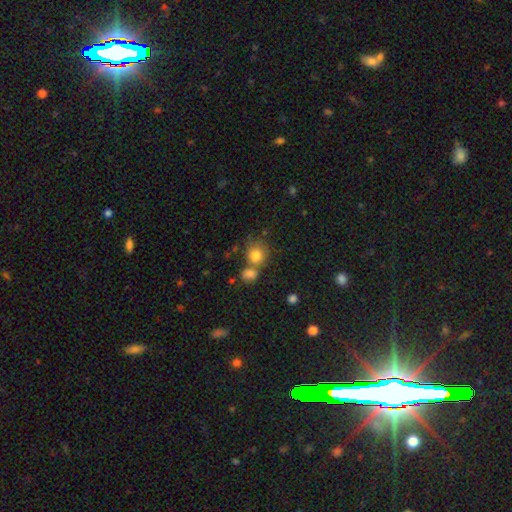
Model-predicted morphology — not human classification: Smooth or featured: smooth — 81% (star or artifact — 11%)
How rounded: round — 79% (in between — 20%)
Merging: none — 47% (merger — 38%)